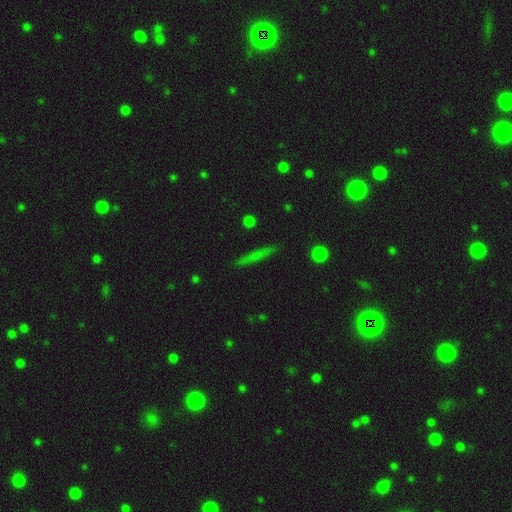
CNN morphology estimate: smooth 56%, featured or disk 31%, star or artifact 13%. Down the decision tree: how rounded — cigar-shaped (90%); merging — none (88%).